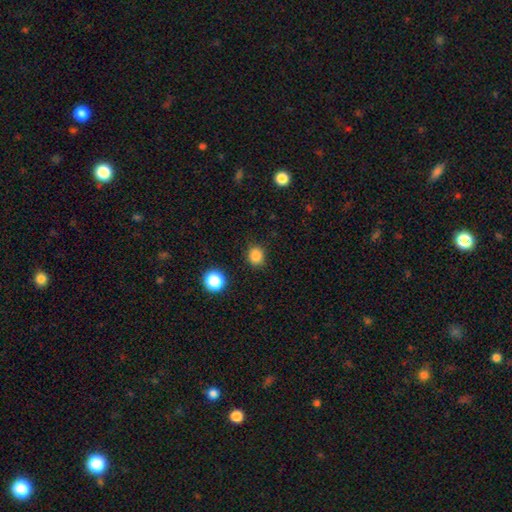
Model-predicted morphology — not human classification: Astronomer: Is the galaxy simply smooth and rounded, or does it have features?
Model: smooth — 84%.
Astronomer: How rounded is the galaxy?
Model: round — 78%.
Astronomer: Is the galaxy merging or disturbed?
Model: none — 87%.